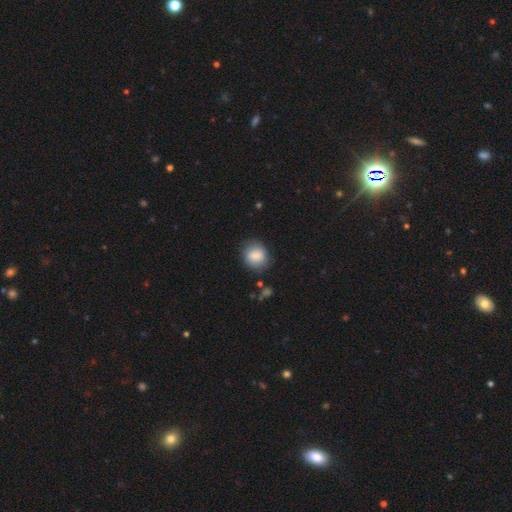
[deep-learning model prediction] This appears to be a smooth galaxy with no disk features (83%) that is round (72%). Merging: none (80%).